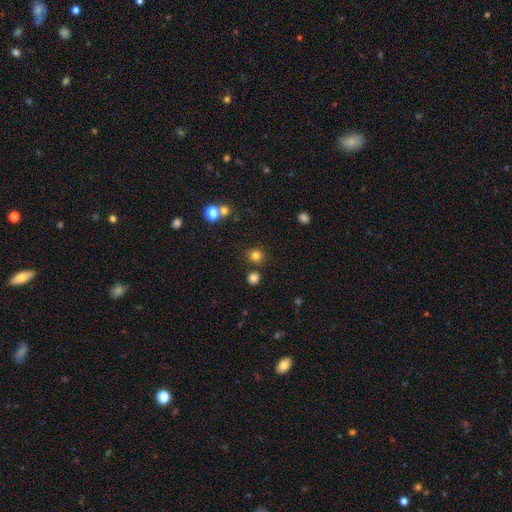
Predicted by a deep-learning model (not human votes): smooth 80%, star or artifact 15%, featured or disk 4%. Down the decision tree: how rounded — round (92%); merging — none (84%).